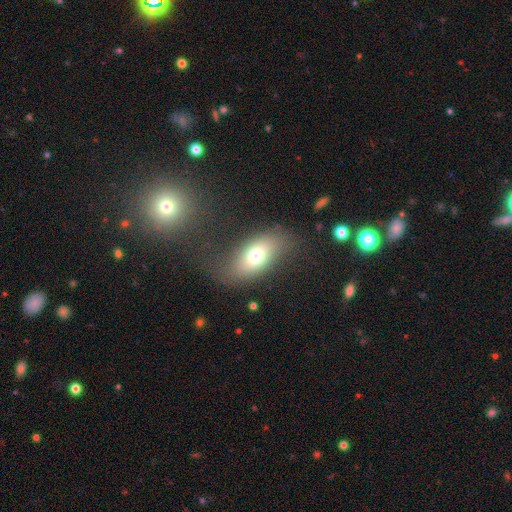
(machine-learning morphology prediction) This is likely a smooth galaxy (71%). How rounded: clearly in between (87%). Merging: likely none (67%).